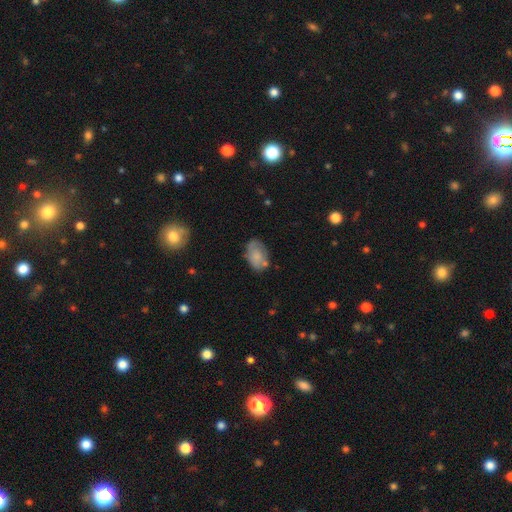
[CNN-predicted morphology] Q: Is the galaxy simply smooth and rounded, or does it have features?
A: smooth — 70%.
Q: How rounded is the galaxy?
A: in between — 89%.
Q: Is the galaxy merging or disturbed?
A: none — 61%.